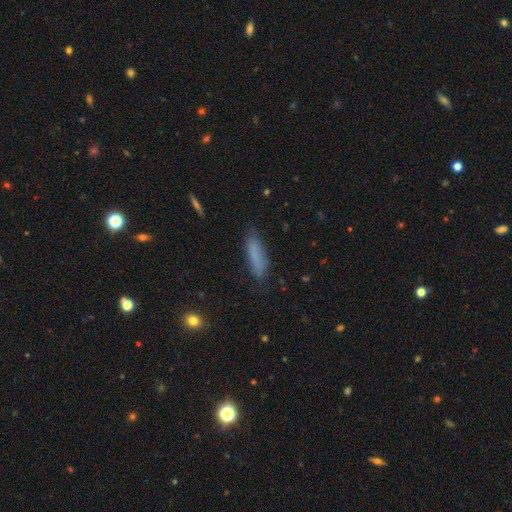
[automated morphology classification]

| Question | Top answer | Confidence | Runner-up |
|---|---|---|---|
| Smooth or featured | smooth | 81% | featured or disk (10%) |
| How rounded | cigar-shaped | 68% | in between (31%) |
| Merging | none | 81% | minor disturbance (14%) |